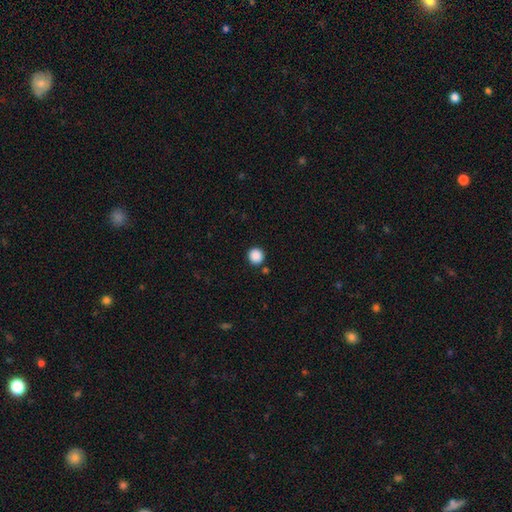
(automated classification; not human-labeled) Smooth or featured? smooth (88%)
How rounded? round (94%)
Merging? none (89%)